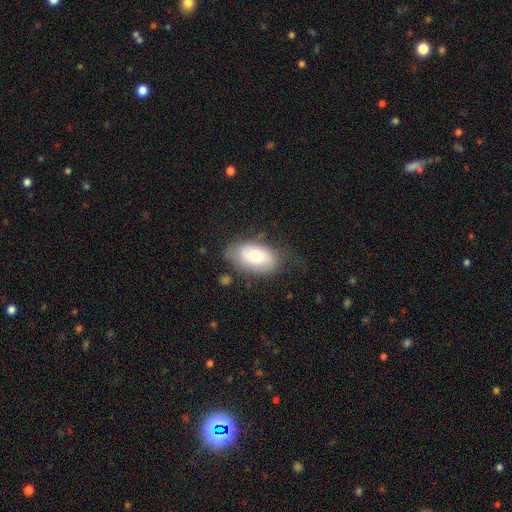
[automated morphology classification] Q: Smooth or featured?
A: smooth (66%); runner-up: featured or disk (27%)
Q: How rounded?
A: in between (92%); runner-up: round (6%)
Q: Merging?
A: none (62%); runner-up: minor disturbance (25%)